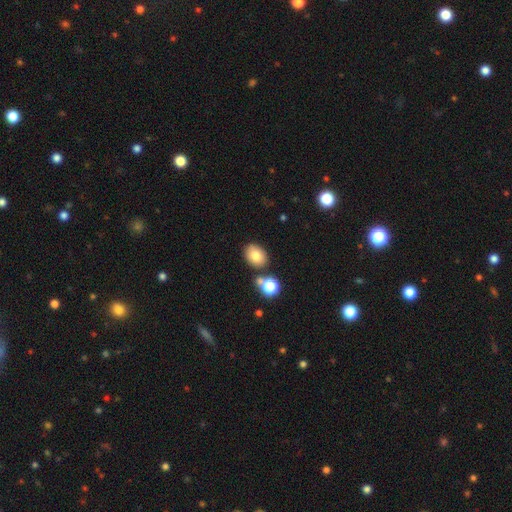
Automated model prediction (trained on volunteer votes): This is likely a smooth galaxy (80%). How rounded: likely in between (65%). Merging: likely none (75%).